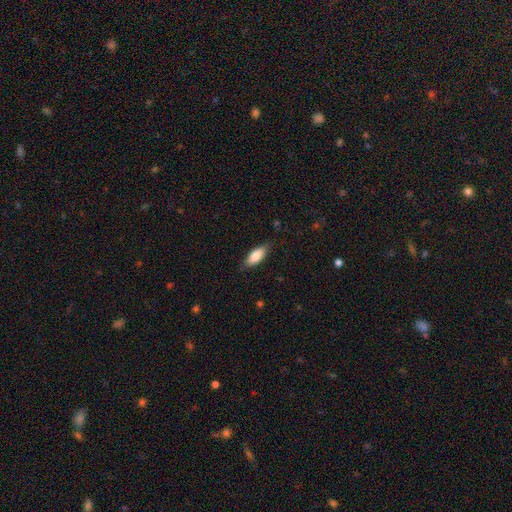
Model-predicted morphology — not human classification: Smooth or featured? Predicted: smooth (p=0.82). How rounded? Predicted: in between (p=0.78). Merging? Predicted: none (p=0.80).